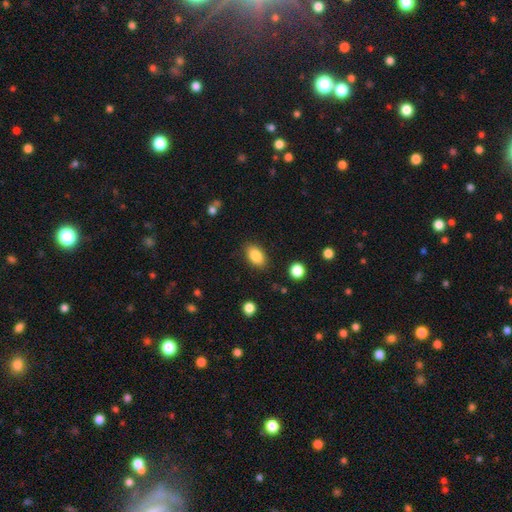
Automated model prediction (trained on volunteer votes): smooth_or_featured: smooth (p=0.86) [alt: star or artifact p=0.08]
how_rounded: in between (p=0.89) [alt: round p=0.09]
merging: none (p=0.85) [alt: minor disturbance p=0.10]